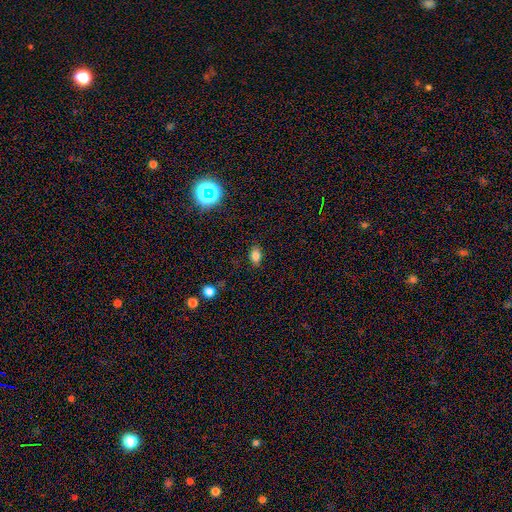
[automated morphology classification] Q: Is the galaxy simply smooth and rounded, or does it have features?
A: smooth — 80%.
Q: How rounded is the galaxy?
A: in between — 81%.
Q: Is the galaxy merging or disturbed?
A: none — 85%.